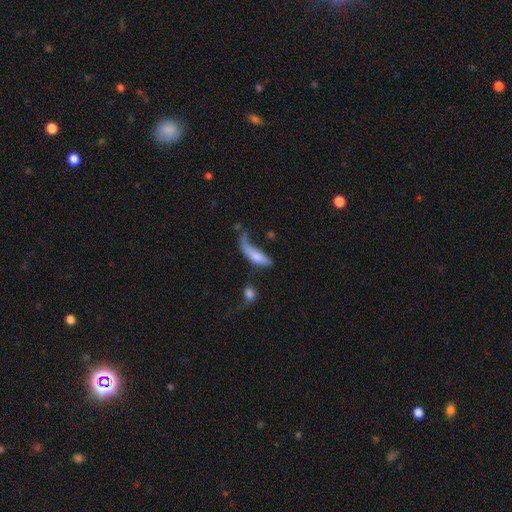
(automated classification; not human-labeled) Smooth or featured: smooth — 68% (featured or disk — 24%)
How rounded: cigar-shaped — 49% (in between — 47%)
Merging: major disturbance — 39% (none — 24%)